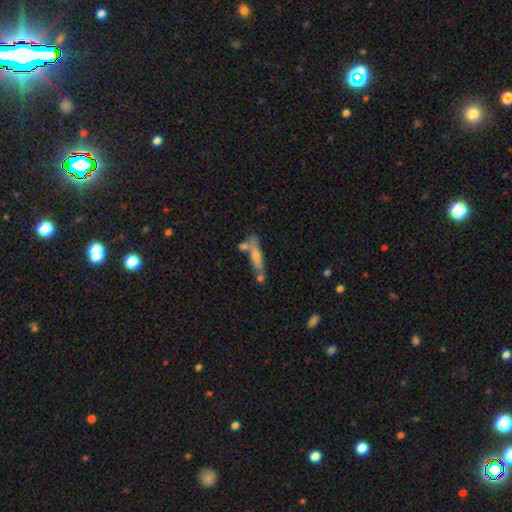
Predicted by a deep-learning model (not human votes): This is possibly a featured or disk galaxy (52%). It is clearly viewed edge-on (83%). Merging: likely none (66%).